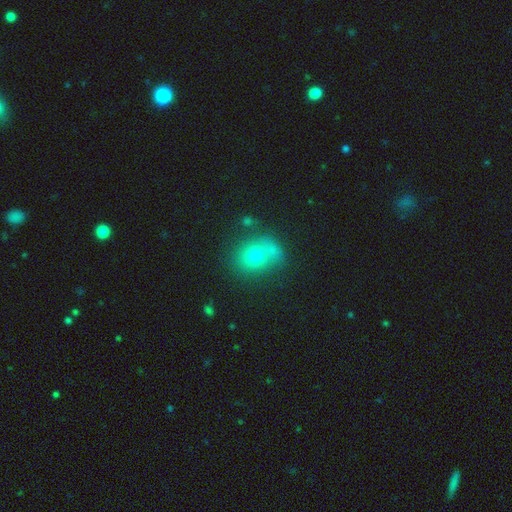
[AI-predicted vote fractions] Smooth or featured? Predicted: smooth (p=0.70). How rounded? Predicted: round (p=0.67). Merging? Predicted: none (p=0.56).